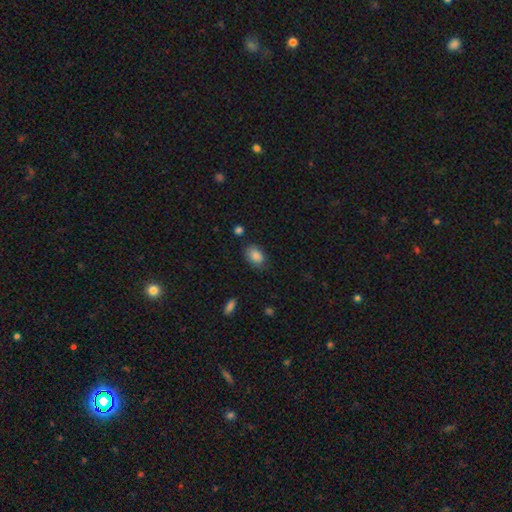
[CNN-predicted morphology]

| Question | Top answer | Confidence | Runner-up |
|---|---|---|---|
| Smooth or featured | smooth | 86% | star or artifact (8%) |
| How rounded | in between | 84% | round (15%) |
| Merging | none | 78% | minor disturbance (16%) |